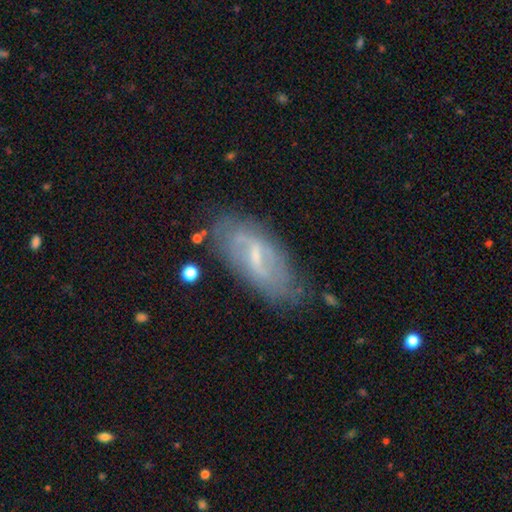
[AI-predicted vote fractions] Q: Smooth or featured?
A: featured or disk (69%); runner-up: smooth (23%)
Q: Edge-on disk?
A: no (88%); runner-up: yes (12%)
Q: Bar?
A: weak (51%); runner-up: strong (36%)
Q: Spiral arms?
A: yes (71%); runner-up: no (29%)
Q: Bulge size?
A: small (50%); runner-up: moderate (29%)
Q: Merging?
A: none (67%); runner-up: minor disturbance (22%)